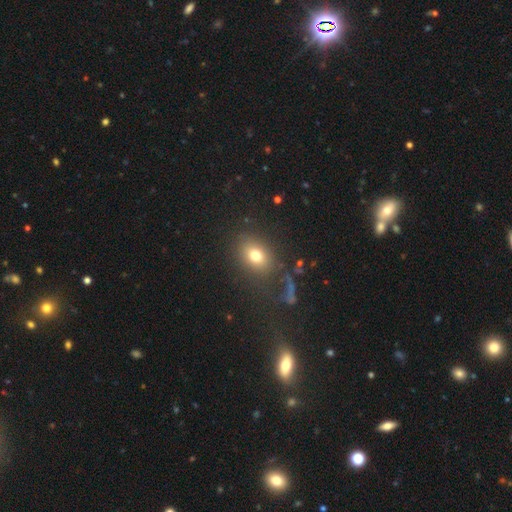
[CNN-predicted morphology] smooth-or-featured: smooth: 75% | star or artifact: 13% | featured or disk: 12%
  how-rounded: in between: 62% | round: 37% | cigar-shaped: 2%
  merging: none: 76% | minor disturbance: 11% | major disturbance: 9% | merger: 3%